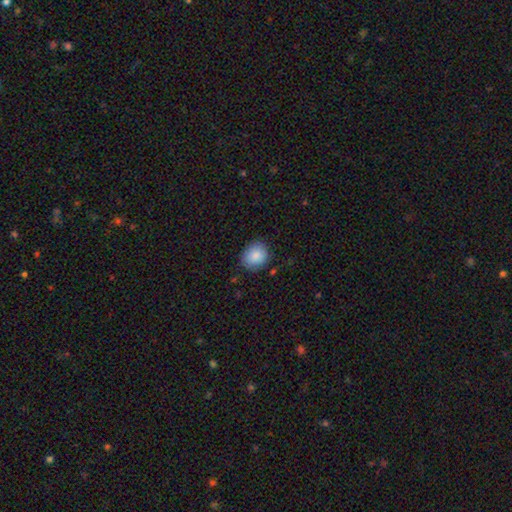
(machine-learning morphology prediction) smooth_or_featured: smooth (p=0.87) [alt: star or artifact p=0.07]
how_rounded: round (p=0.68) [alt: in between p=0.31]
merging: none (p=0.81) [alt: minor disturbance p=0.14]